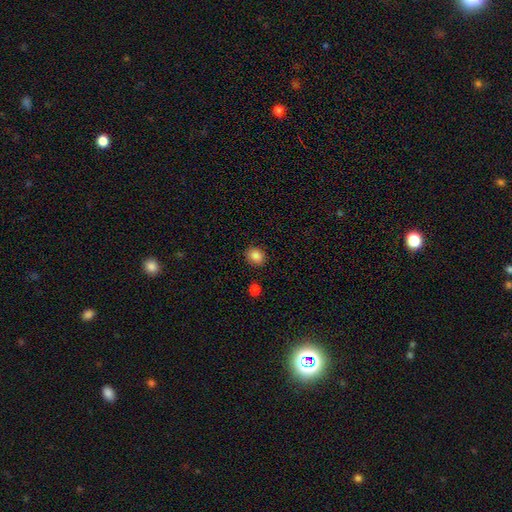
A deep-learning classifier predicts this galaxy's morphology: Smooth or featured? smooth (86%)
How rounded? round (63%)
Merging? none (88%)